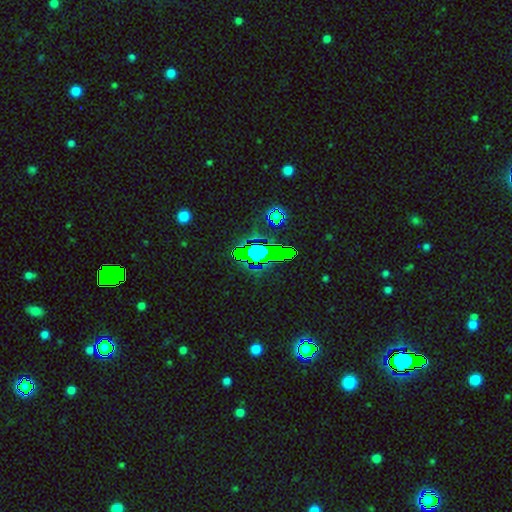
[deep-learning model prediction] Overall: star or artifact (72%).